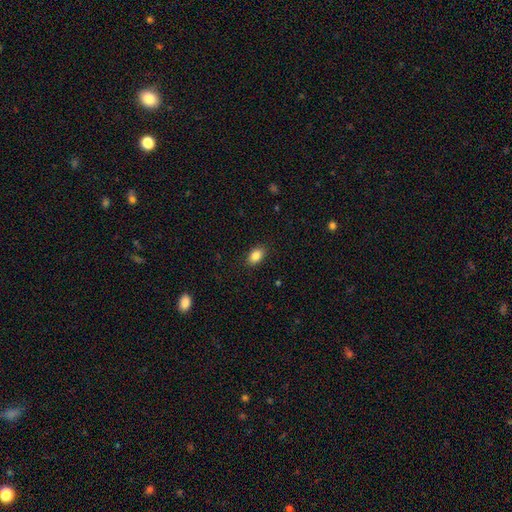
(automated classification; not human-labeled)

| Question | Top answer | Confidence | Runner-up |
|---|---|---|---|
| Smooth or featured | smooth | 86% | star or artifact (8%) |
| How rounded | in between | 88% | round (11%) |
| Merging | none | 88% | minor disturbance (9%) |